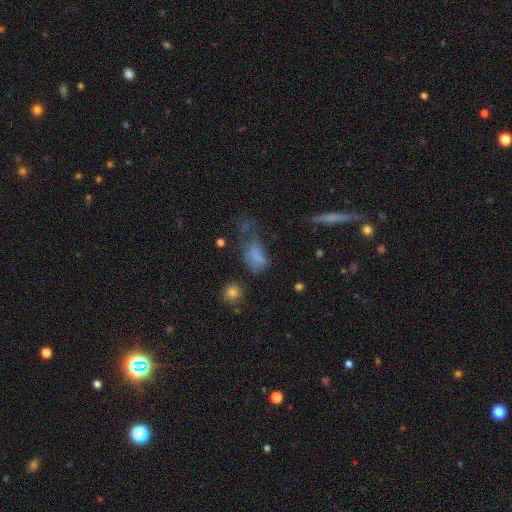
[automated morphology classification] The model was most divided on "merging": major disturbance: 44%, minor disturbance: 24%, none: 23%, merger: 9%. More confident: how rounded — in between (80%); smooth or featured — smooth (63%).